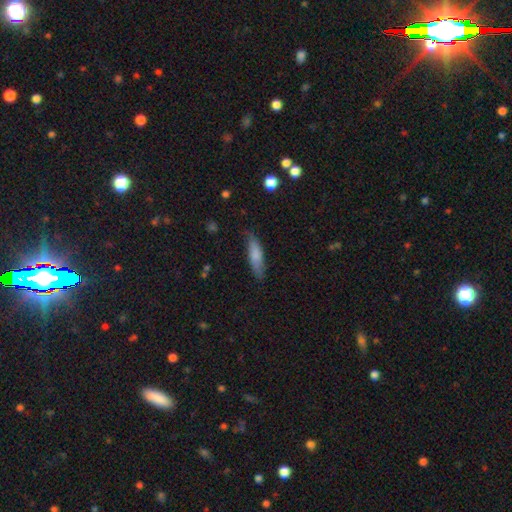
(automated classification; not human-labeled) Smooth or featured: smooth — 75% (featured or disk — 19%)
How rounded: cigar-shaped — 61% (in between — 37%)
Merging: none — 73% (minor disturbance — 21%)